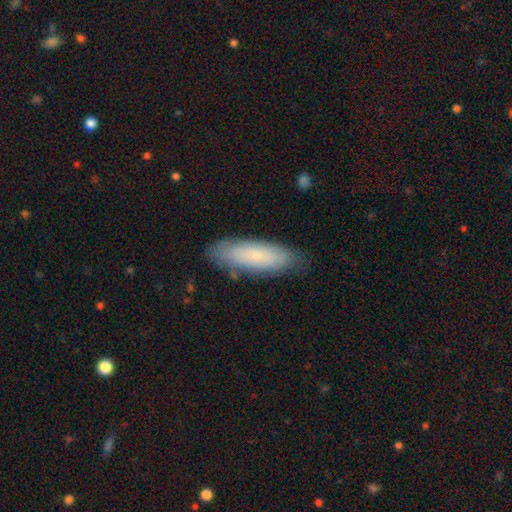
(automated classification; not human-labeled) smooth 65%, featured or disk 28%, star or artifact 7%. Down the decision tree: how rounded — in between (52%); merging — none (81%).